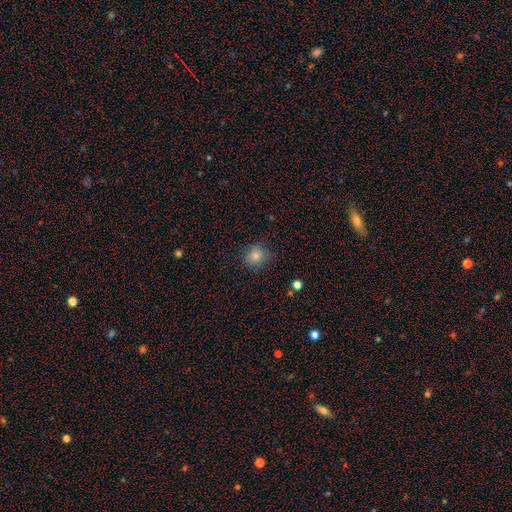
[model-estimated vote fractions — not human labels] Morphology: type=smooth (80%); roundness=round (85%); merging=none (79%).